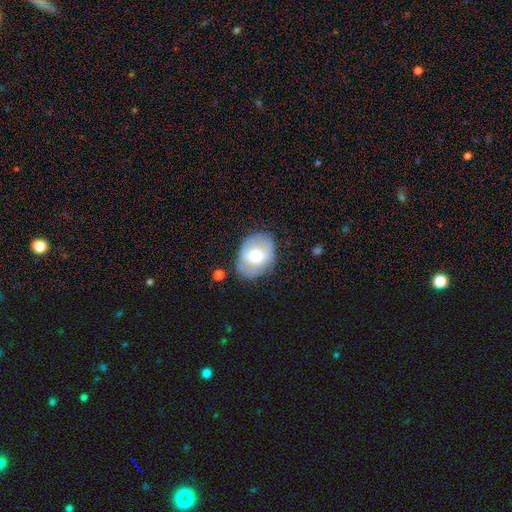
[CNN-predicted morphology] Q: Smooth or featured?
A: smooth (60%); runner-up: featured or disk (33%)
Q: How rounded?
A: in between (69%); runner-up: round (30%)
Q: Merging?
A: none (70%); runner-up: minor disturbance (20%)